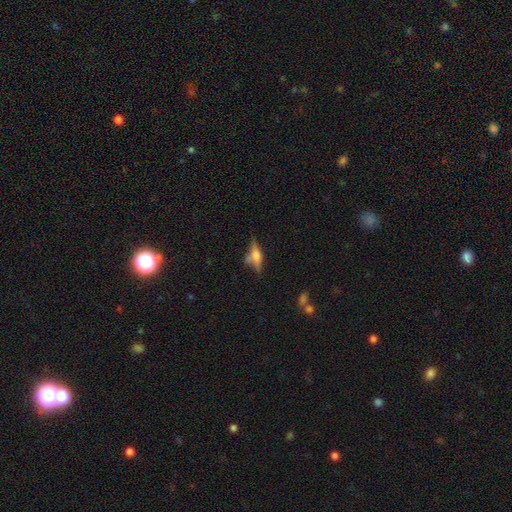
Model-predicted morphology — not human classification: featured or disk 51%, smooth 38%, star or artifact 10%. Down the decision tree: edge-on disk — yes (89%); merging — none (60%).